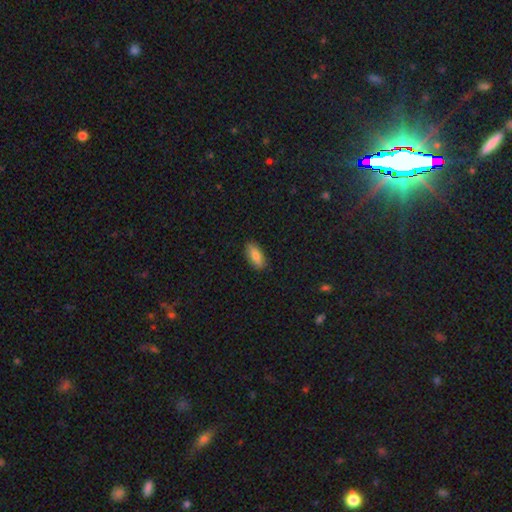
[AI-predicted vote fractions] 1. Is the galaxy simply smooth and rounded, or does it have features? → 84% smooth, 9% featured or disk, 6% star or artifact.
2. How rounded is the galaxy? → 87% in between, 11% cigar-shaped, 2% round.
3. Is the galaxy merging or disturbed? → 88% none, 9% minor disturbance, 2% major disturbance, 1% merger.